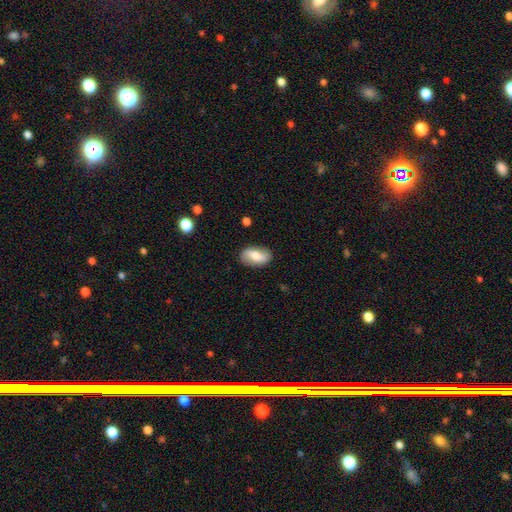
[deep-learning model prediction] smooth 63%, featured or disk 30%, star or artifact 7%. Down the decision tree: how rounded — in between (91%); merging — none (83%).